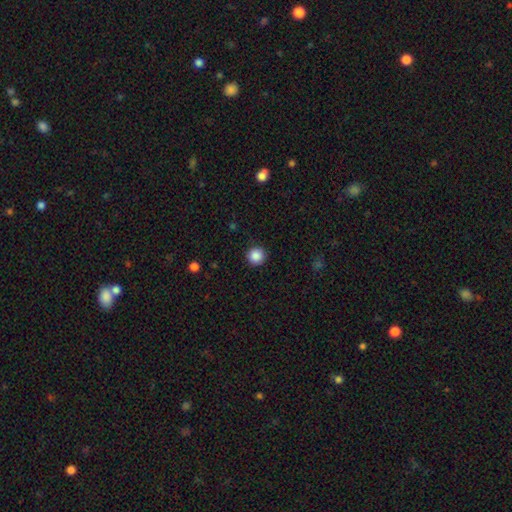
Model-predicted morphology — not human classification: smooth 87%, star or artifact 10%, featured or disk 3%. Down the decision tree: how rounded — round (95%); merging — none (91%).